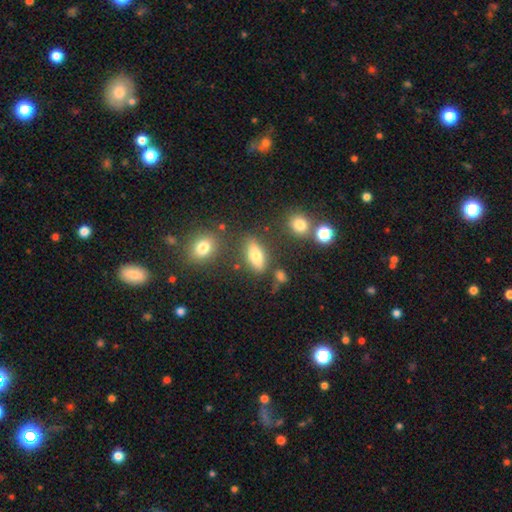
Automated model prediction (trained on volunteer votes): smooth_or_featured: smooth (p=0.67) [alt: featured or disk p=0.22]
how_rounded: in between (p=0.71) [alt: cigar-shaped p=0.22]
merging: none (p=0.74) [alt: minor disturbance p=0.13]